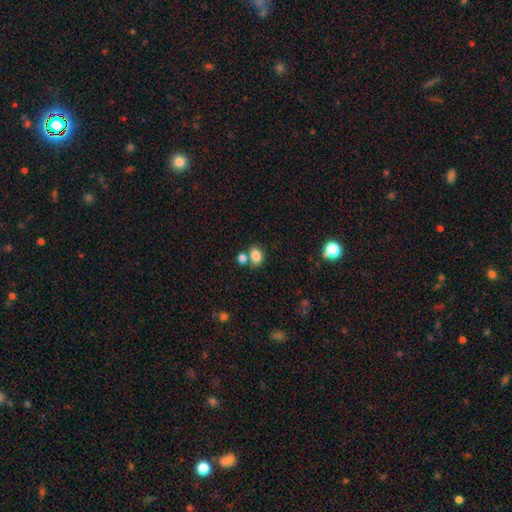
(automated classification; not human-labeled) The model was most divided on "merging": none: 60%, merger: 25%, minor disturbance: 11%, major disturbance: 4%. More confident: smooth or featured — smooth (83%); how rounded — in between (68%).